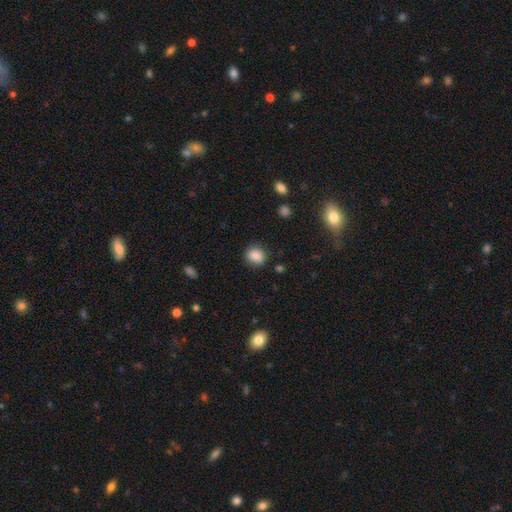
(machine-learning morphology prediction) smooth-or-featured: smooth: 85% | star or artifact: 10% | featured or disk: 5%
  how-rounded: round: 69% | in between: 30% | cigar-shaped: 1%
  merging: none: 83% | minor disturbance: 12% | major disturbance: 3% | merger: 2%